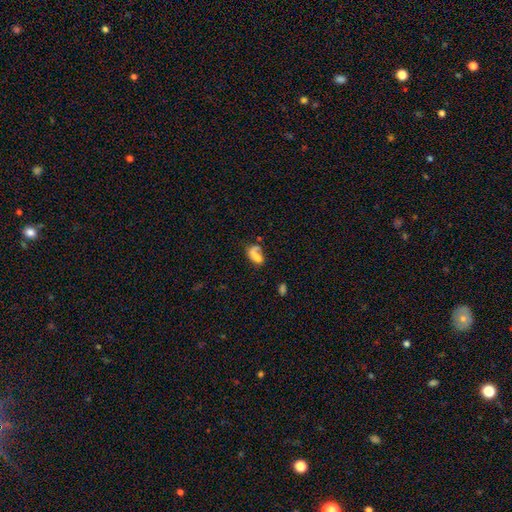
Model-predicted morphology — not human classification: A smooth galaxy with no disk features (52%) that is in between round and cigar-shaped (81%).

Vote fractions:
- Smooth or featured? smooth: 52% / featured or disk: 36% / star or artifact: 13%
- How rounded? in between: 81% / round: 13% / cigar-shaped: 6%
- Merging? none: 32% / major disturbance: 29% / merger: 22% / minor disturbance: 17%